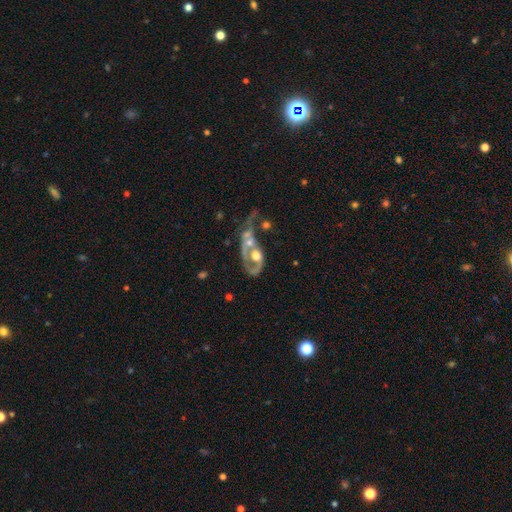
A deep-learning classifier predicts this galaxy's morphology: Smooth or featured? featured or disk (70%)
Edge-on disk? no (94%)
Bar? no (83%)
Spiral arms? yes (51%)
Bulge size? moderate (53%)
Merging? merger (51%)